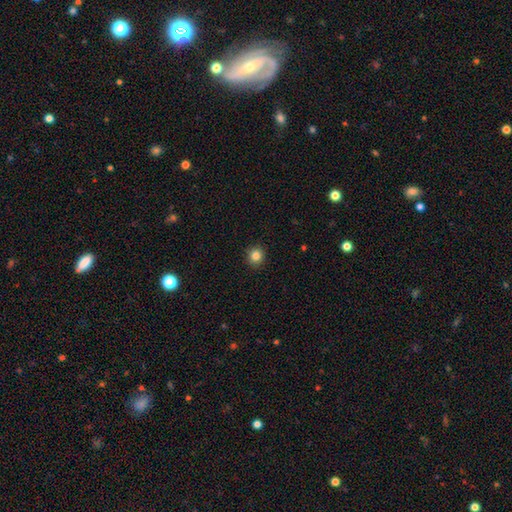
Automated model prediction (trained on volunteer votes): This is clearly a smooth galaxy (84%). How rounded: clearly round (92%). Merging: clearly none (92%).